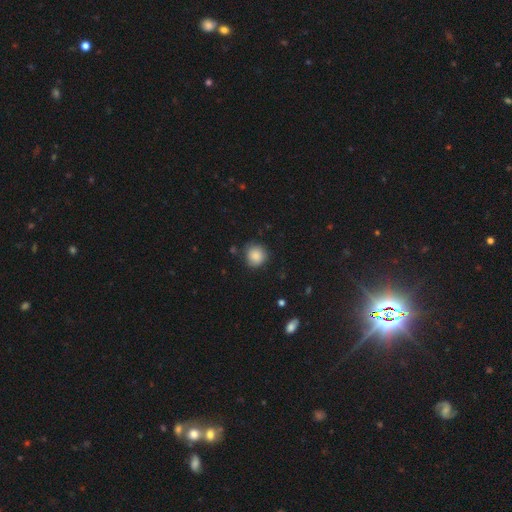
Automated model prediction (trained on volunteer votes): Smooth or featured?
  - smooth: 86% *
  - star or artifact: 9%
  - featured or disk: 5%
How rounded?
  - round: 90% *
  - in between: 9%
  - cigar-shaped: 1%
Merging?
  - none: 80% *
  - minor disturbance: 15%
  - major disturbance: 3%
  - merger: 2%